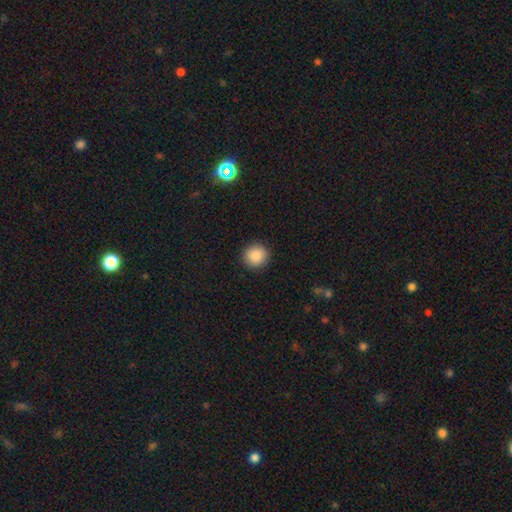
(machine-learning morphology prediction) Smooth or featured? Predicted: smooth (p=0.88). How rounded? Predicted: round (p=0.93). Merging? Predicted: none (p=0.92).